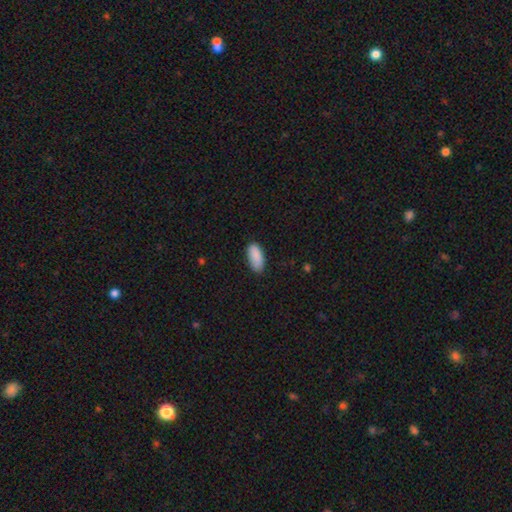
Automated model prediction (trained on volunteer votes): This appears to be a smooth galaxy with no disk features (89%) that is in between round and cigar-shaped (89%). Merging: none (80%).